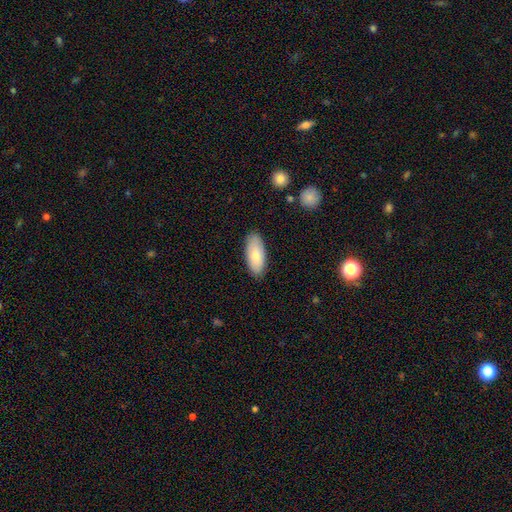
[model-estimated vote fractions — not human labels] The model was most divided on "smooth or featured": smooth: 75%, featured or disk: 20%, star or artifact: 6%. More confident: how rounded — in between (87%); merging — none (87%).